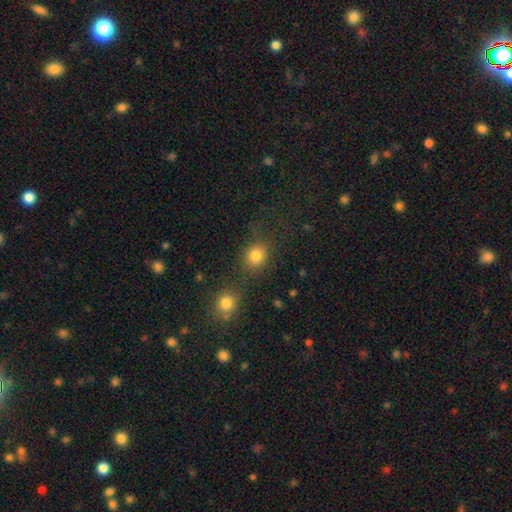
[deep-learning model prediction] smooth 82%, star or artifact 12%, featured or disk 6%. Down the decision tree: how rounded — round (67%); merging — none (65%).